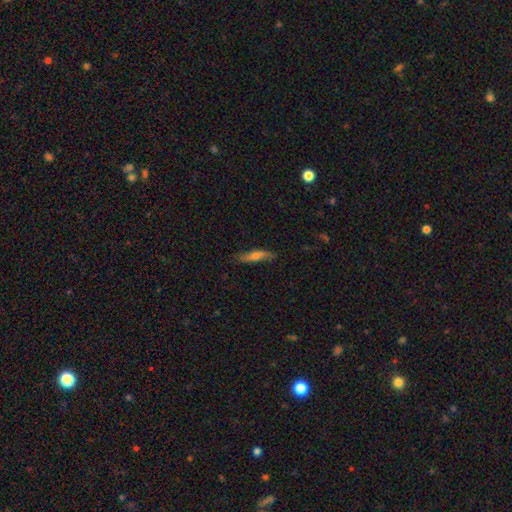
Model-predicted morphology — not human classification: smooth 61%, featured or disk 33%, star or artifact 7%. Down the decision tree: how rounded — cigar-shaped (75%); merging — none (80%).